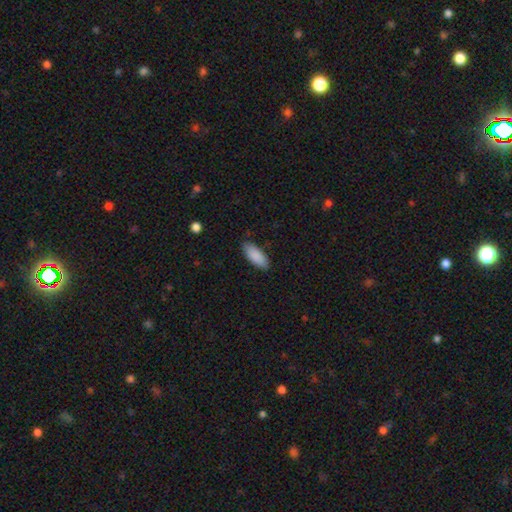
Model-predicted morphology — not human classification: Q: Smooth or featured?
A: smooth (90%); runner-up: star or artifact (6%)
Q: How rounded?
A: in between (83%); runner-up: cigar-shaped (16%)
Q: Merging?
A: none (86%); runner-up: minor disturbance (11%)